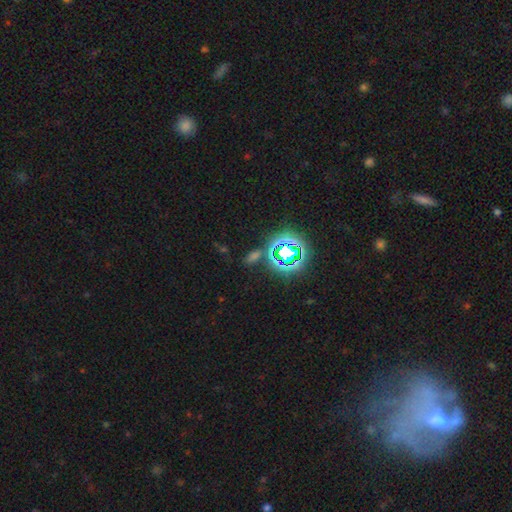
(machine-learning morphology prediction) A star or artifact, not a galaxy (59%).